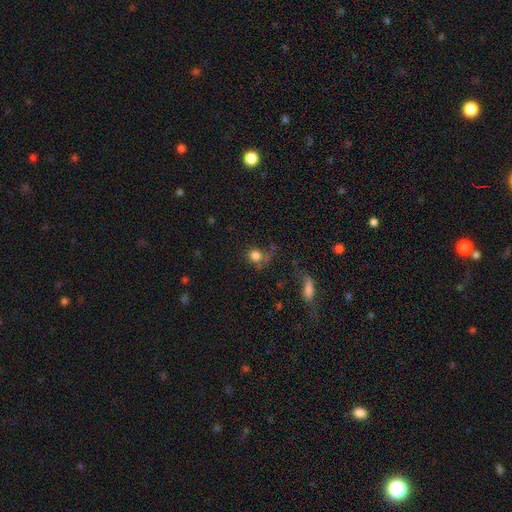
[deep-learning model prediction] Smooth or featured?
  - smooth: 80% *
  - star or artifact: 13%
  - featured or disk: 8%
How rounded?
  - round: 83% *
  - in between: 16%
  - cigar-shaped: 2%
Merging?
  - none: 56% *
  - minor disturbance: 20%
  - major disturbance: 14%
  - merger: 10%